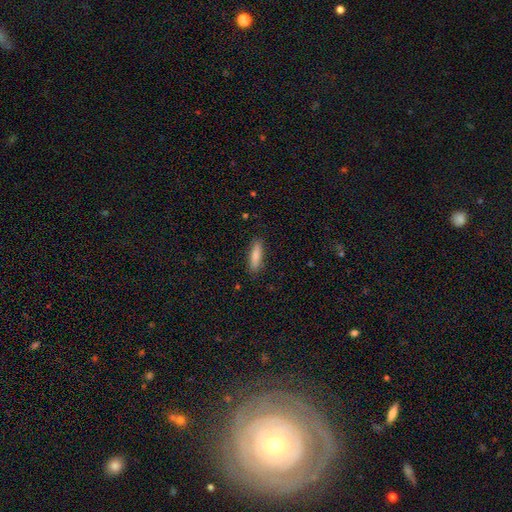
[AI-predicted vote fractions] A smooth galaxy with no disk features (84%) that is cigar-shaped (68%).

Vote fractions:
- Smooth or featured? smooth: 84% / featured or disk: 10% / star or artifact: 6%
- How rounded? cigar-shaped: 68% / in between: 31% / round: 2%
- Merging? none: 87% / minor disturbance: 9% / major disturbance: 2% / merger: 1%